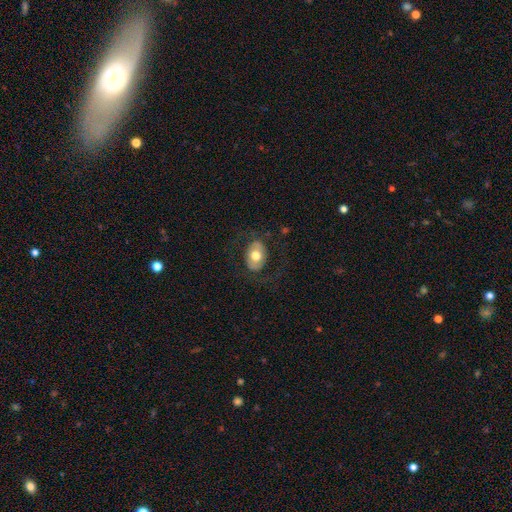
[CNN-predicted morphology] Smooth or featured: smooth — 54% (featured or disk — 40%)
How rounded: in between — 72% (round — 27%)
Merging: none — 74% (minor disturbance — 13%)